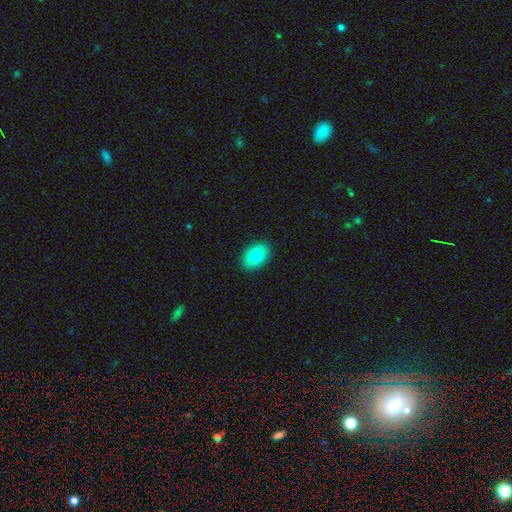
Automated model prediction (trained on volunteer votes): Q: Smooth or featured?
A: smooth (81%); runner-up: featured or disk (11%)
Q: How rounded?
A: in between (87%); runner-up: round (11%)
Q: Merging?
A: none (90%); runner-up: minor disturbance (8%)